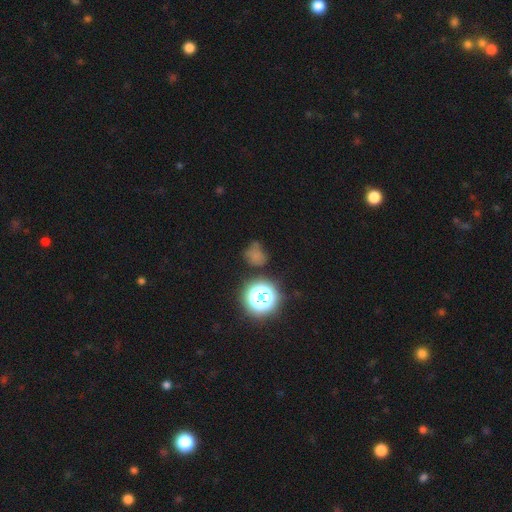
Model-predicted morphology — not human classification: A smooth galaxy with no disk features (56%) that is round (70%). Merging: none (53%).